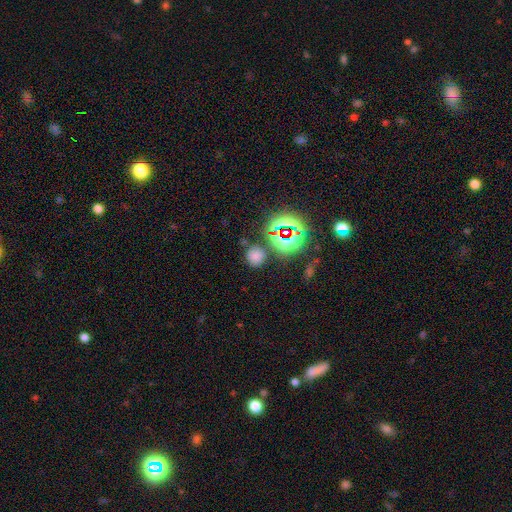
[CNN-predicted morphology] Q: Smooth or featured?
A: smooth (63%); runner-up: star or artifact (30%)
Q: How rounded?
A: round (81%); runner-up: in between (18%)
Q: Merging?
A: none (79%); runner-up: minor disturbance (11%)